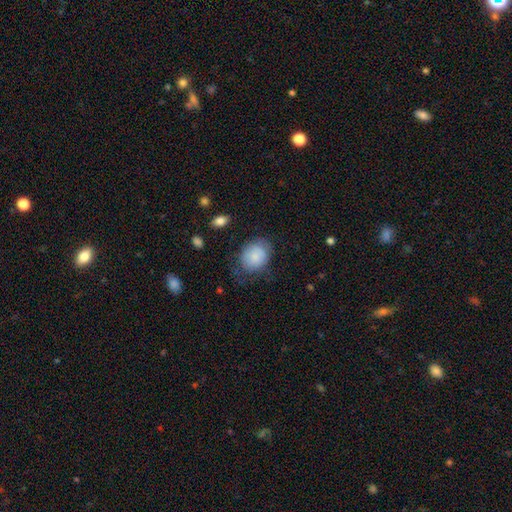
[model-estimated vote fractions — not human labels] This appears to be a smooth galaxy with no disk features (81%) that is round (56%). Merging: none (61%).